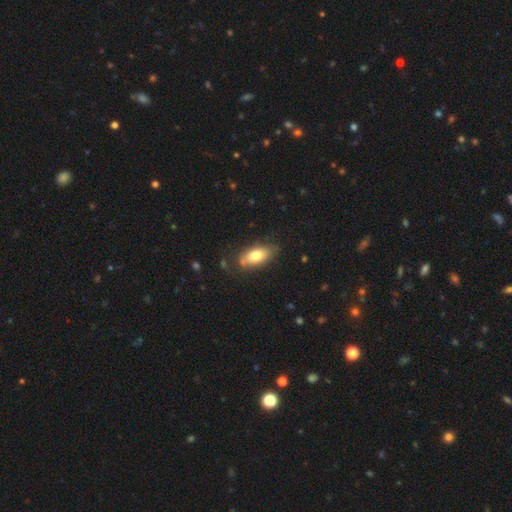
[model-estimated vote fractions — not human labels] Smooth or featured? smooth (76%)
How rounded? in between (88%)
Merging? none (71%)